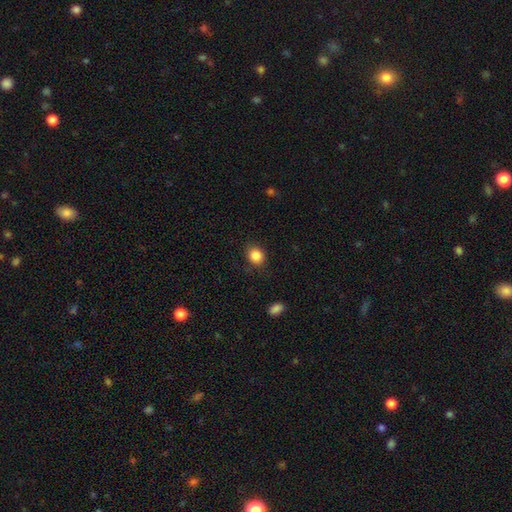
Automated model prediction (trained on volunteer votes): Q: Smooth or featured?
A: smooth (86%); runner-up: star or artifact (10%)
Q: How rounded?
A: round (65%); runner-up: in between (34%)
Q: Merging?
A: none (84%); runner-up: minor disturbance (12%)